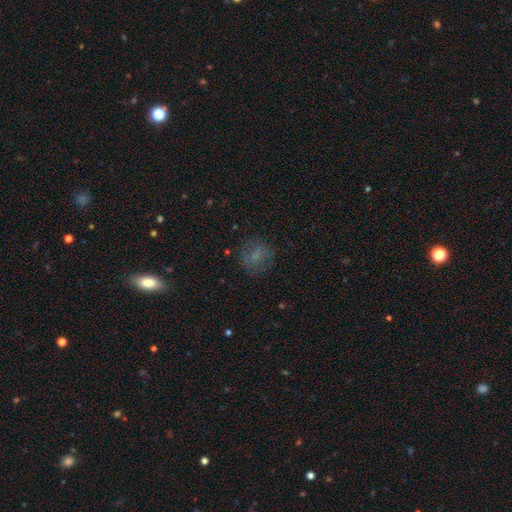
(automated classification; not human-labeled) smooth_or_featured: smooth (p=0.64) [alt: featured or disk p=0.20]
how_rounded: round (p=0.76) [alt: in between p=0.23]
merging: none (p=0.76) [alt: minor disturbance p=0.15]